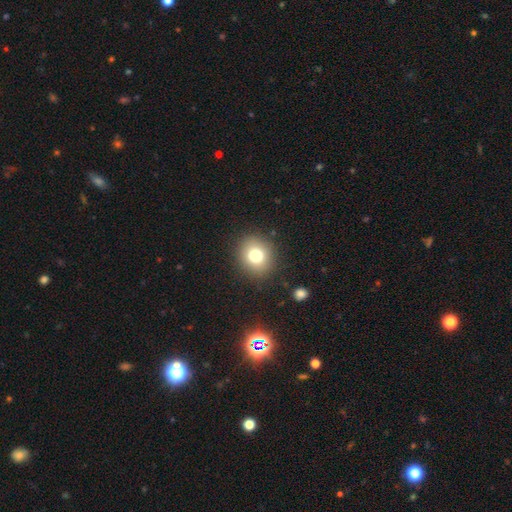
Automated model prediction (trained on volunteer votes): Smooth or featured? Predicted: smooth (p=0.77). How rounded? Predicted: round (p=0.78). Merging? Predicted: none (p=0.89).